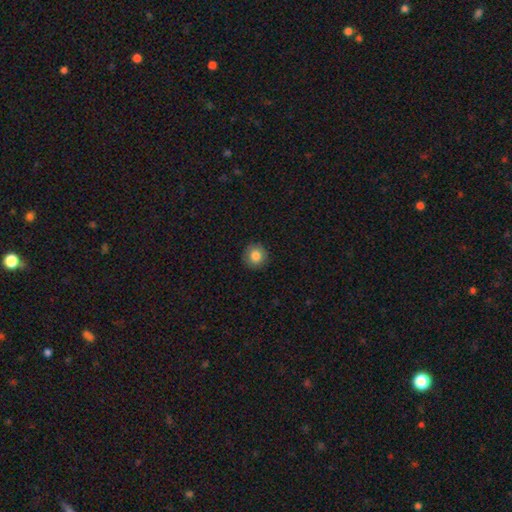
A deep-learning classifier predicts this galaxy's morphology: This is clearly a smooth galaxy (83%). How rounded: clearly round (93%). Merging: clearly none (91%).